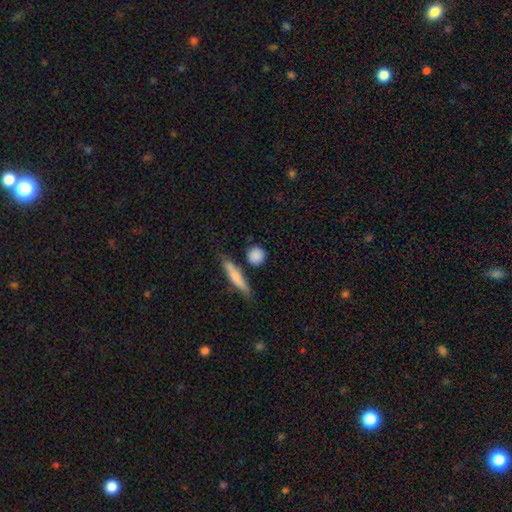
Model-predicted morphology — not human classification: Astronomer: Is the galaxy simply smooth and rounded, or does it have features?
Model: smooth — 85%.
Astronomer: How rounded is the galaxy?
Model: round — 80%.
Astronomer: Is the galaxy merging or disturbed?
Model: none — 78%.